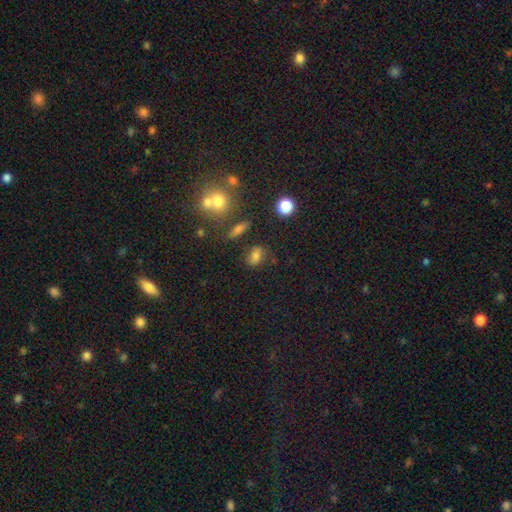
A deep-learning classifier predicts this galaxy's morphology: smooth_or_featured: smooth (p=0.73) [alt: star or artifact p=0.16]
how_rounded: in between (p=0.73) [alt: round p=0.23]
merging: none (p=0.74) [alt: minor disturbance p=0.15]